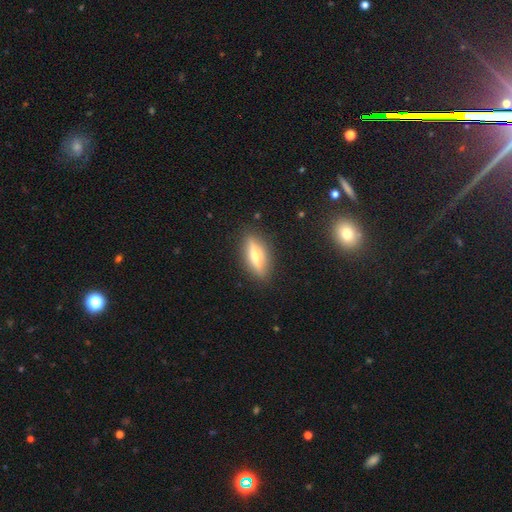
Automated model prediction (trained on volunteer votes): Overall: featured or disk (61%; smooth 32%). Edge-on disk: yes (90%). Edge-on bulge: rounded (89%). Merging: none (88%).